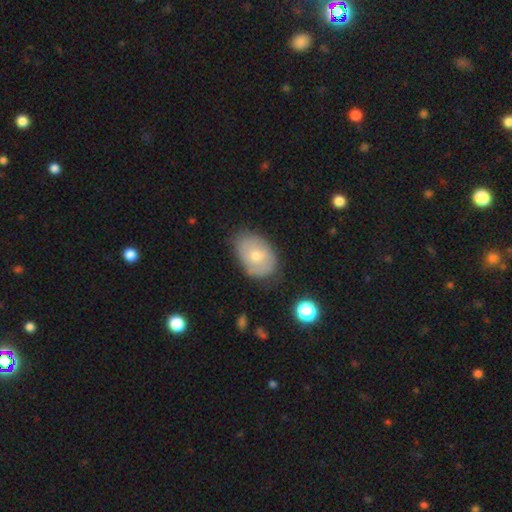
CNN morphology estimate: Overall: smooth (61%; featured or disk 31%). How rounded: in between (80%). Merging: none (70%).